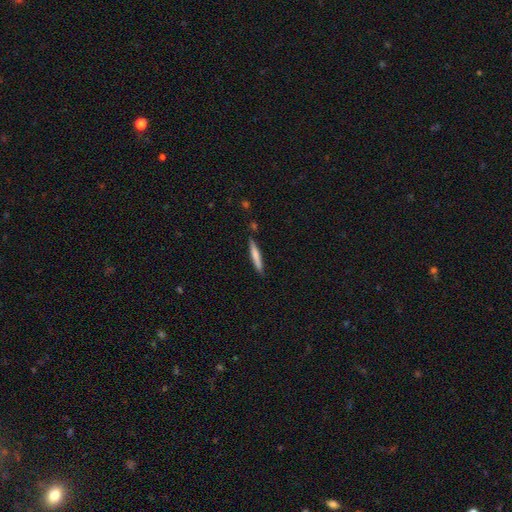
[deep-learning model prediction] Smooth or featured? smooth (65%)
How rounded? cigar-shaped (94%)
Merging? none (87%)